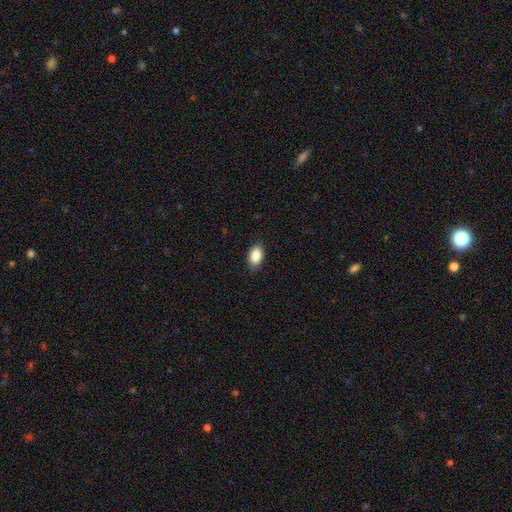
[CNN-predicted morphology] Smooth or featured? Predicted: smooth (p=0.88). How rounded? Predicted: in between (p=0.92). Merging? Predicted: none (p=0.87).